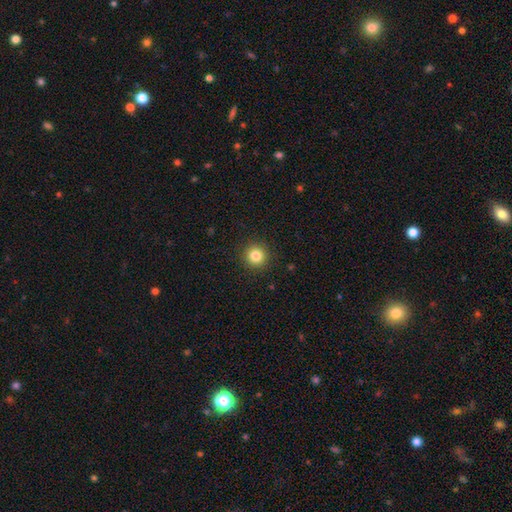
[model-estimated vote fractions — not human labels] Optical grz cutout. It shows a smooth galaxy with no disk features (83%) that is round (95%). Merging: none (92%).